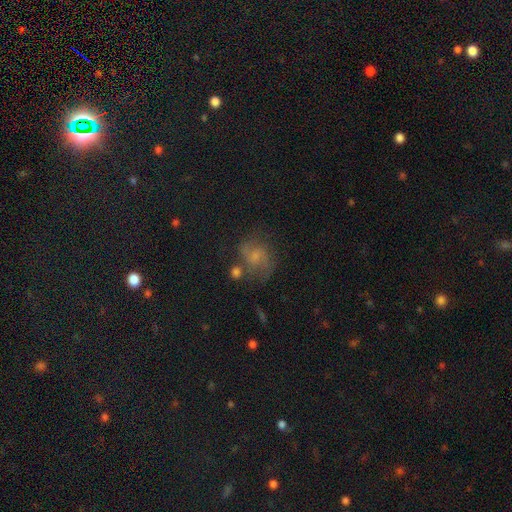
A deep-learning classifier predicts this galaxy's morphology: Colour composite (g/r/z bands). It shows a featured or disk galaxy (57%) with no bar (58%), spiral arms (86%) and a small central bulge (56%). Merging: none (55%).